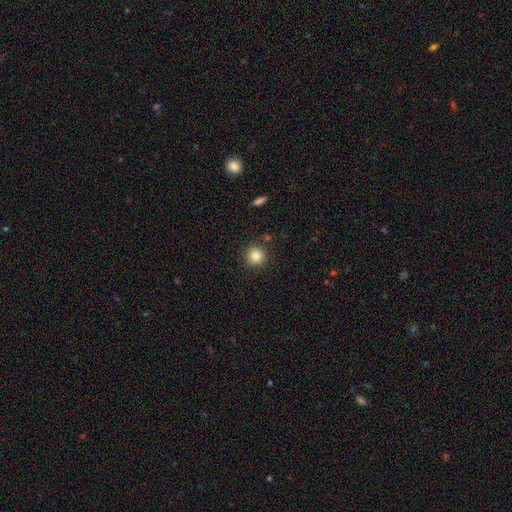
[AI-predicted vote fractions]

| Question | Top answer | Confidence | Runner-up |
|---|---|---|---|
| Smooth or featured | smooth | 83% | star or artifact (10%) |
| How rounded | round | 95% | in between (4%) |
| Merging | none | 89% | minor disturbance (6%) |